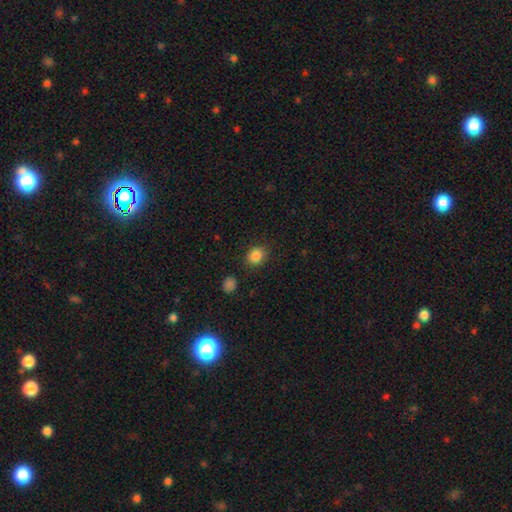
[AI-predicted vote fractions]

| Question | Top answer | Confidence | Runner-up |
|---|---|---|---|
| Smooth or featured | smooth | 86% | star or artifact (10%) |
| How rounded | round | 64% | in between (35%) |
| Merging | none | 82% | minor disturbance (12%) |